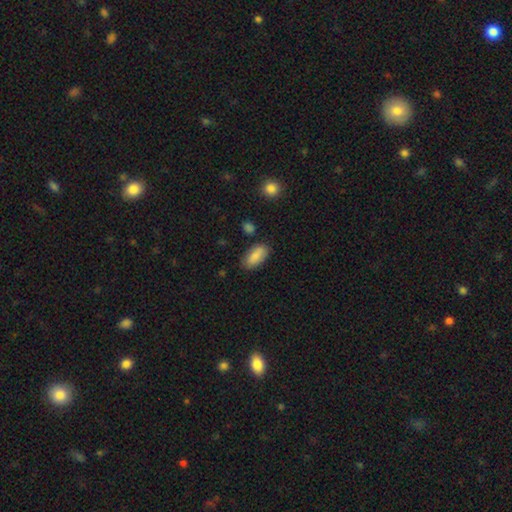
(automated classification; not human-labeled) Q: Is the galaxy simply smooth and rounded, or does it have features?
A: smooth — 86%.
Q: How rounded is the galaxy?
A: in between — 90%.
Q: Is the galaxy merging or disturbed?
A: none — 82%.